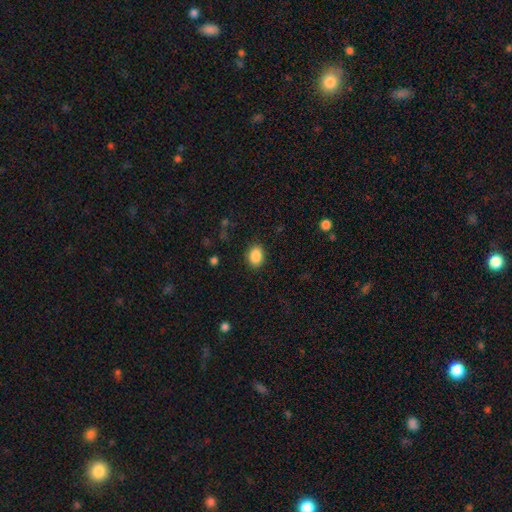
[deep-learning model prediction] Smooth or featured?
  - smooth: 88% *
  - star or artifact: 8%
  - featured or disk: 4%
How rounded?
  - in between: 70% *
  - round: 29%
  - cigar-shaped: 1%
Merging?
  - none: 86% *
  - minor disturbance: 10%
  - major disturbance: 3%
  - merger: 1%